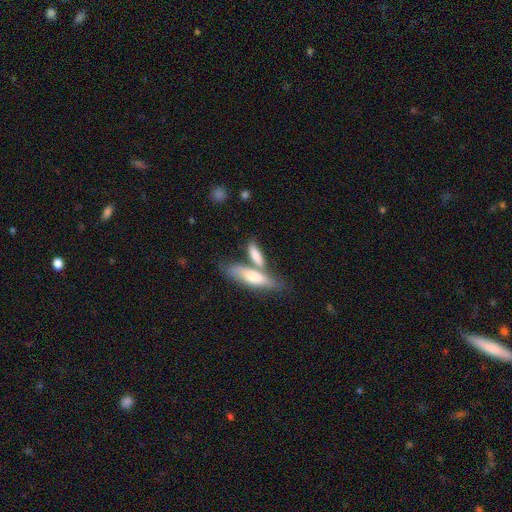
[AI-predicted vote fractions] The model was most divided on "merging": merger: 45%, none: 40%, minor disturbance: 11%, major disturbance: 4%. More confident: smooth or featured — smooth (73%); how rounded — cigar-shaped (54%).